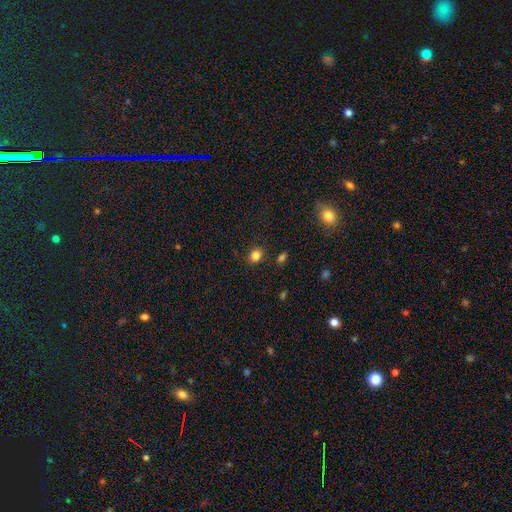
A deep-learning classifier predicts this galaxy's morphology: Q: Smooth or featured?
A: smooth (83%); runner-up: star or artifact (12%)
Q: How rounded?
A: round (67%); runner-up: in between (32%)
Q: Merging?
A: none (85%); runner-up: minor disturbance (10%)